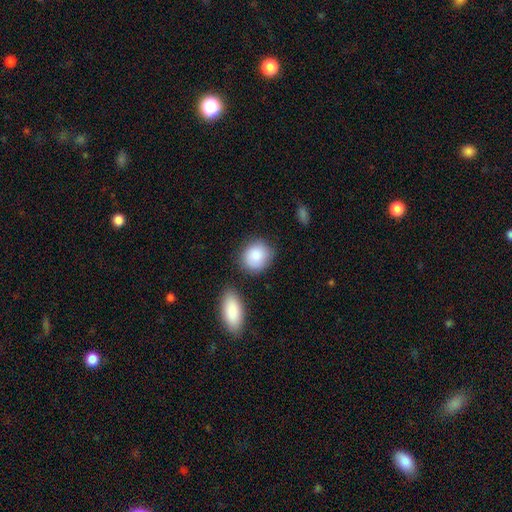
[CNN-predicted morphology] The model was most divided on "how rounded": round: 71%, in between: 28%, cigar-shaped: 1%. More confident: smooth or featured — smooth (87%); merging — none (73%).